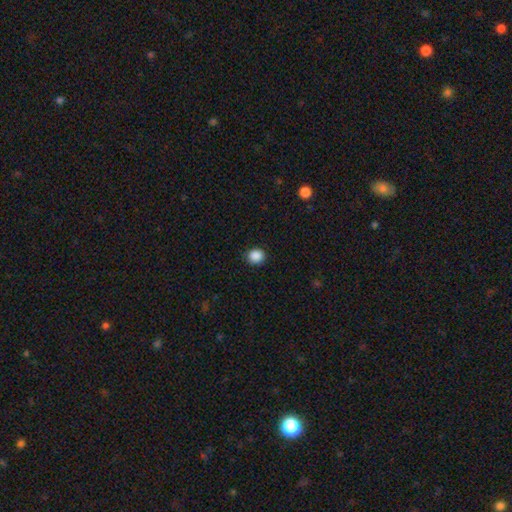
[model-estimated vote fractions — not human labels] This appears to be a smooth galaxy with no disk features (88%) that is round (85%). Merging: none (89%).